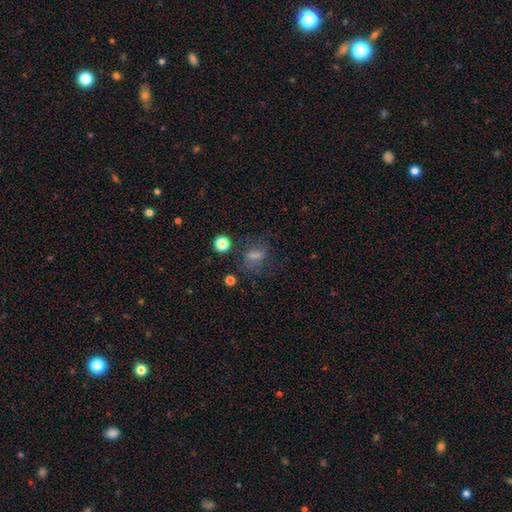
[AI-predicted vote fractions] A smooth galaxy with no disk features (54%) that is in between round and cigar-shaped (61%). Merging: none (59%).